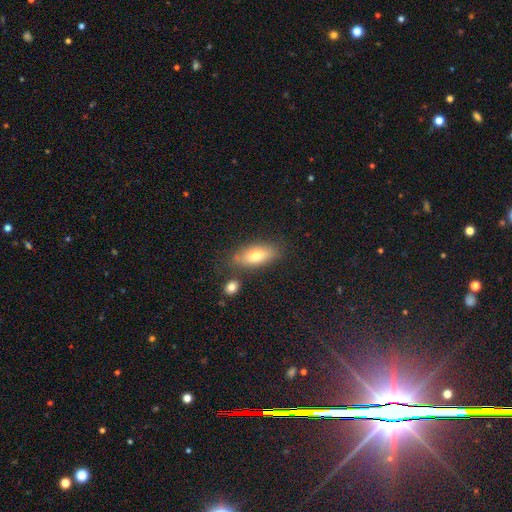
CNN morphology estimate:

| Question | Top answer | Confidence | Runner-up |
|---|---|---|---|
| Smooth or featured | smooth | 72% | featured or disk (20%) |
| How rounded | in between | 80% | cigar-shaped (17%) |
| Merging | none | 75% | minor disturbance (15%) |